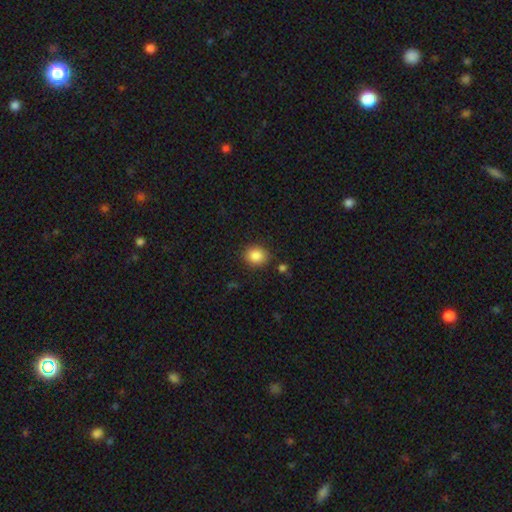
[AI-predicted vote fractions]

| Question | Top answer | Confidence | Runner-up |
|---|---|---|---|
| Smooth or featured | smooth | 87% | star or artifact (9%) |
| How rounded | round | 71% | in between (28%) |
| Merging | none | 85% | minor disturbance (9%) |